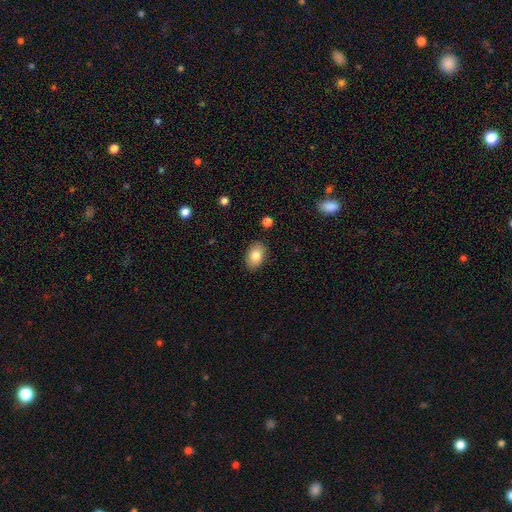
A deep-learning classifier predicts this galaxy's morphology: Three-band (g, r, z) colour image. It shows a smooth galaxy with no disk features (83%) that is in between round and cigar-shaped (85%). Merging: none (87%).